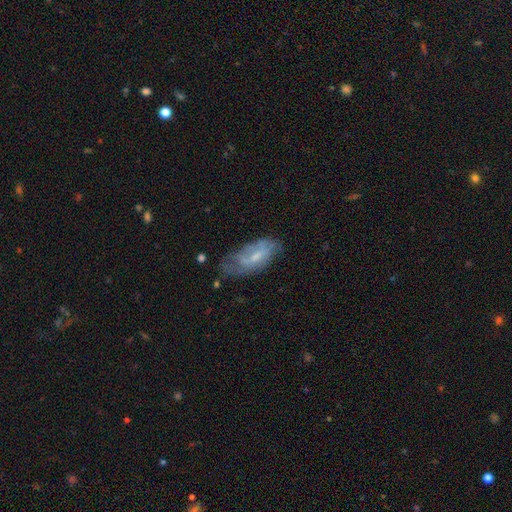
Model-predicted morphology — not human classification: type=featured or disk (54%); edge-on=no (89%); merging=none (49%).